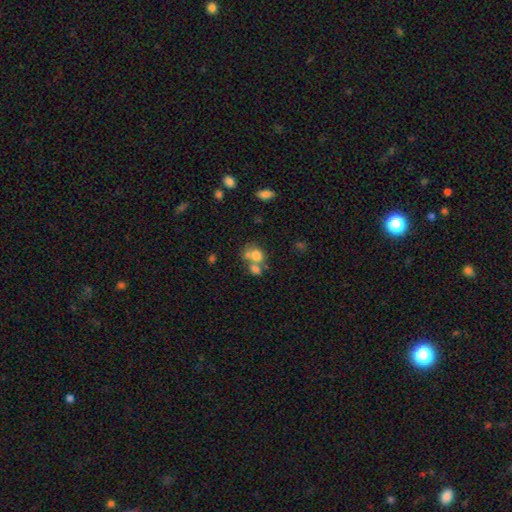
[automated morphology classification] smooth-or-featured: smooth: 72% | featured or disk: 16% | star or artifact: 12%
  how-rounded: round: 61% | in between: 38% | cigar-shaped: 1%
  merging: merger: 50% | none: 34% | minor disturbance: 9% | major disturbance: 6%